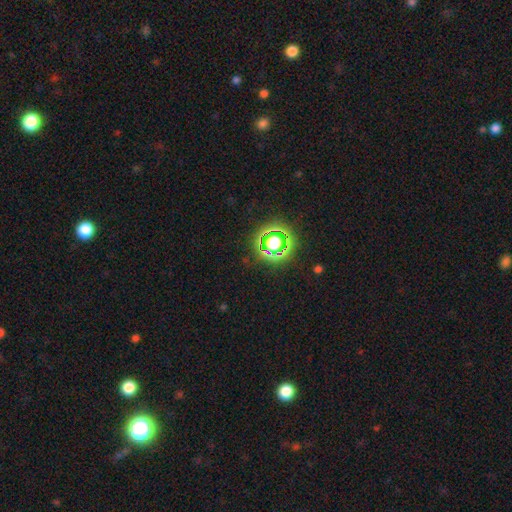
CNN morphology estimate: smooth_or_featured: star or artifact (p=0.80) [alt: smooth p=0.14]